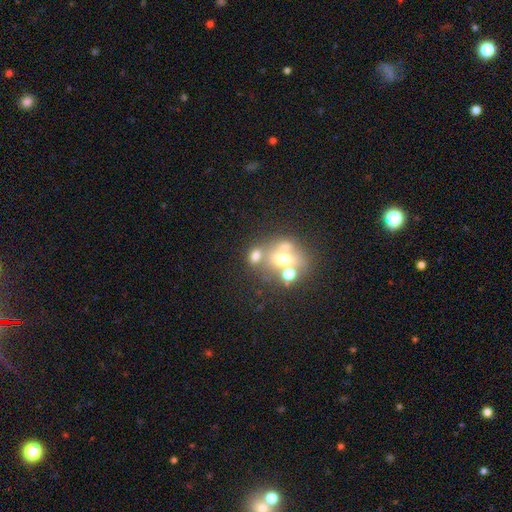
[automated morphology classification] Overall: smooth (59%; featured or disk 22%). How rounded: in between (51%; round 47%). Merging: merger (45%; none 36%).